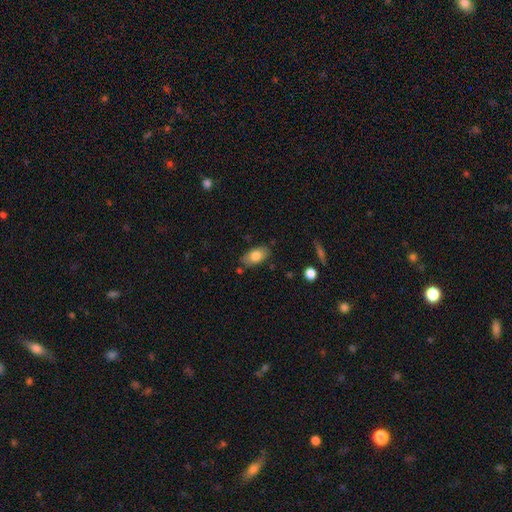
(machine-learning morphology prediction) Smooth or featured? Predicted: smooth (p=0.79). How rounded? Predicted: in between (p=0.91). Merging? Predicted: none (p=0.78).